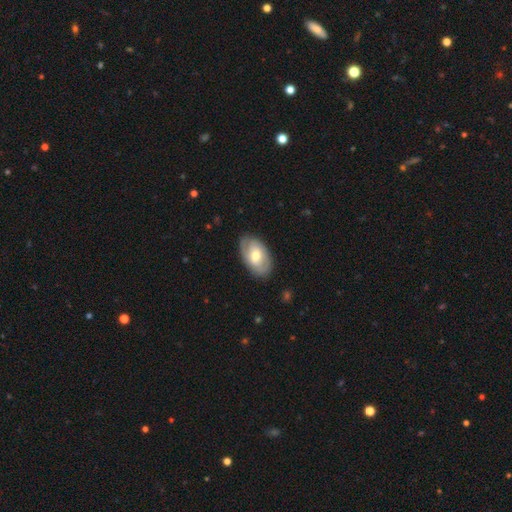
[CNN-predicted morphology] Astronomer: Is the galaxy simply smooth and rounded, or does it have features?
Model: featured or disk — 52% (runner-up: smooth, 43%).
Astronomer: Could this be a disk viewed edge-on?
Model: no — 91%.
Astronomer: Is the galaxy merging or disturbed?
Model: none — 80%.